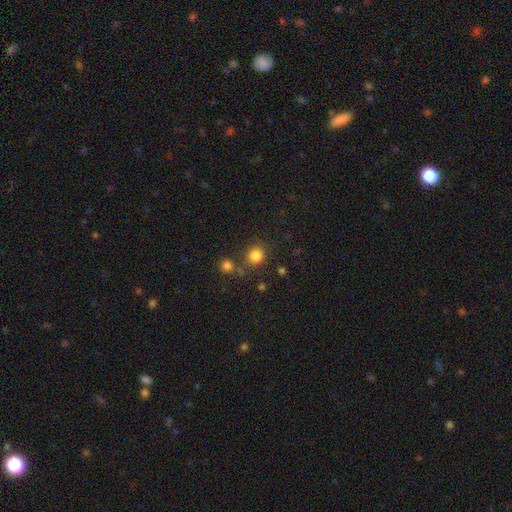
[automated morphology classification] Smooth or featured? Predicted: smooth (p=0.82). How rounded? Predicted: round (p=0.88). Merging? Predicted: none (p=0.79).